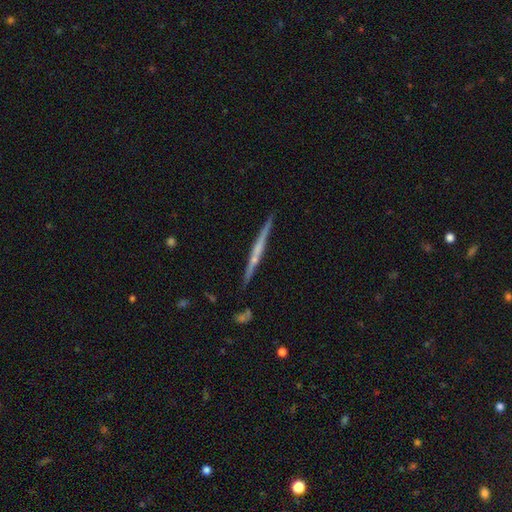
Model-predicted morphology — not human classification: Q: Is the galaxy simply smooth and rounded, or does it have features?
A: featured or disk — 71%.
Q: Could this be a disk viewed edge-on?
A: yes — 98%.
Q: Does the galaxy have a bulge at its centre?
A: none — 51%.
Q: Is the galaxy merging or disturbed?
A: none — 90%.